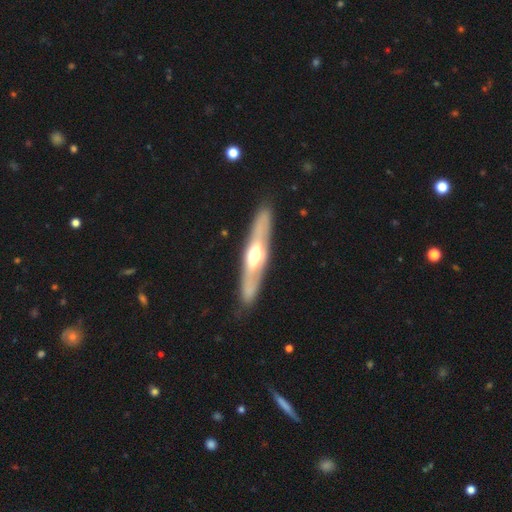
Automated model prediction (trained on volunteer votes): This appears to be a featured or disk galaxy (61%) viewed edge-on (75%). Merging: none (87%).